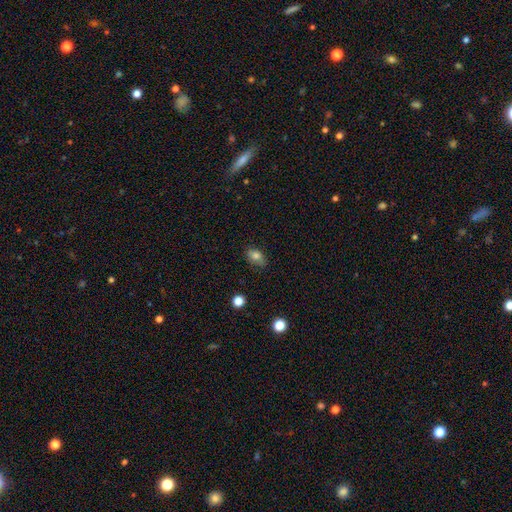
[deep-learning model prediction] This appears to be a smooth galaxy with no disk features (80%) that is in between round and cigar-shaped (81%). Merging: none (76%).